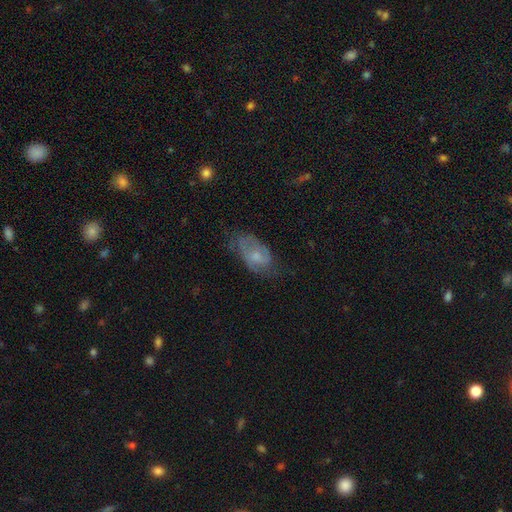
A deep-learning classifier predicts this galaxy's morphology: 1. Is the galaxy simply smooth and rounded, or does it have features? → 51% featured or disk, 41% smooth, 8% star or artifact.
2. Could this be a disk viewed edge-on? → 93% no, 7% yes.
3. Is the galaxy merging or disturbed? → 50% none, 30% minor disturbance, 18% major disturbance, 2% merger.